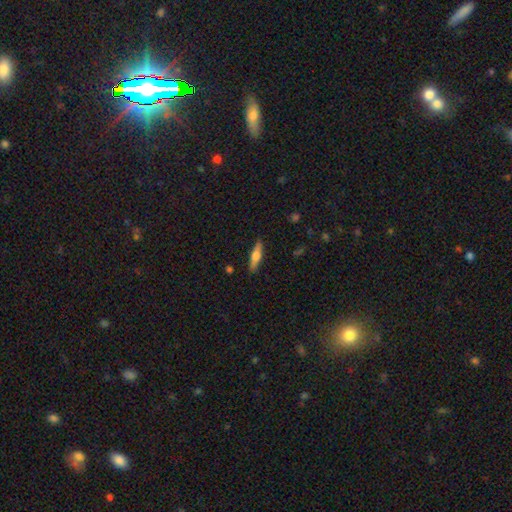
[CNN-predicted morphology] Smooth or featured? smooth (49%)
Merging? none (89%)